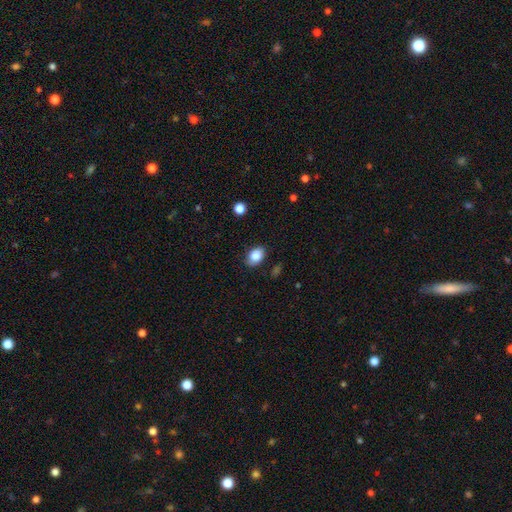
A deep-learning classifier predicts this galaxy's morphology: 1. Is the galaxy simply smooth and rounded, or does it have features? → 84% smooth, 9% star or artifact, 7% featured or disk.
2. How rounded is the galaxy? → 79% in between, 20% round, 1% cigar-shaped.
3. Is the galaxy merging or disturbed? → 85% none, 12% minor disturbance, 2% major disturbance, 1% merger.